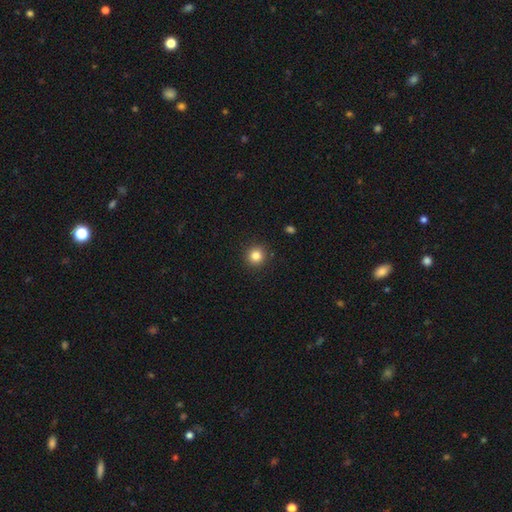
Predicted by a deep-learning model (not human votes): Smooth or featured?
  - smooth: 84% *
  - star or artifact: 11%
  - featured or disk: 5%
How rounded?
  - round: 94% *
  - in between: 5%
  - cigar-shaped: 1%
Merging?
  - none: 91% *
  - minor disturbance: 6%
  - major disturbance: 2%
  - merger: 1%